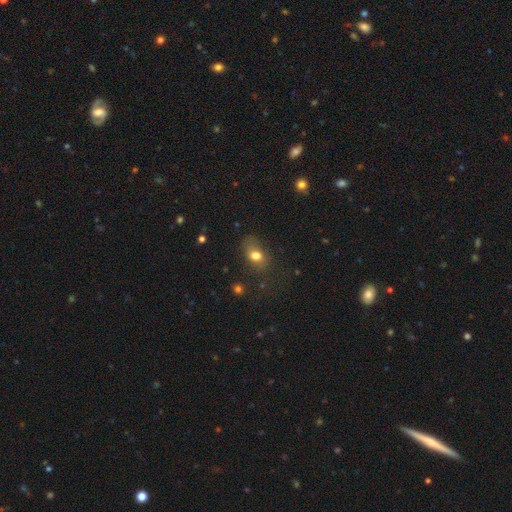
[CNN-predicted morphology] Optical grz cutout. It shows a smooth galaxy with no disk features (75%) that is in between round and cigar-shaped (73%). Merging: none (58%).